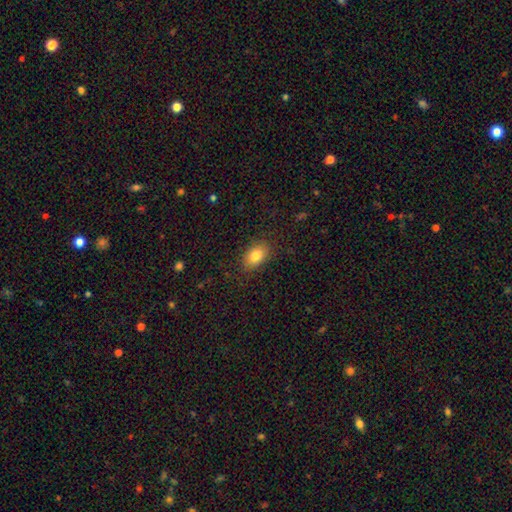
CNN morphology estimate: A smooth galaxy with no disk features (83%) that is in between round and cigar-shaped (84%). Merging: none (86%).